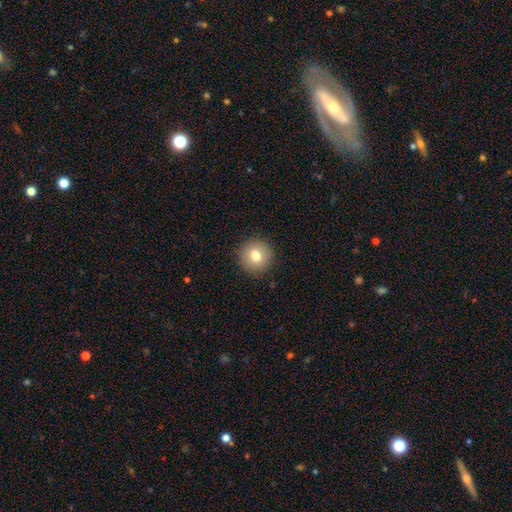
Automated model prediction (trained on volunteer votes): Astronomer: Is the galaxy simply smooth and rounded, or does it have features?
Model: smooth — 78%.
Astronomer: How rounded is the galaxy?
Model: round — 94%.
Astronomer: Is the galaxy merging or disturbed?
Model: none — 91%.